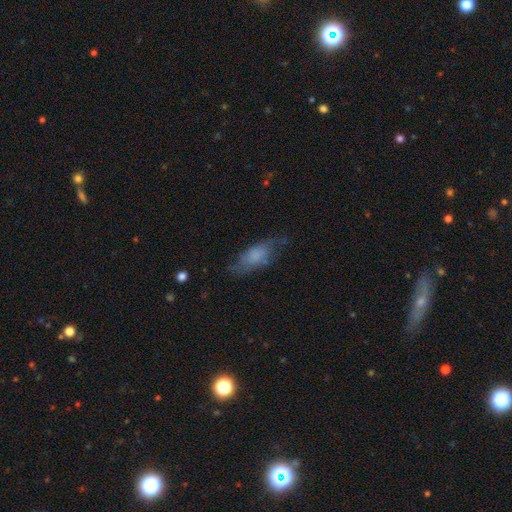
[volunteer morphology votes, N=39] Smooth or featured: smooth — 51% (featured or disk — 41%)
How rounded: in between — 60% (cigar-shaped — 35%)
Merging: none — 72% (minor disturbance — 17%)